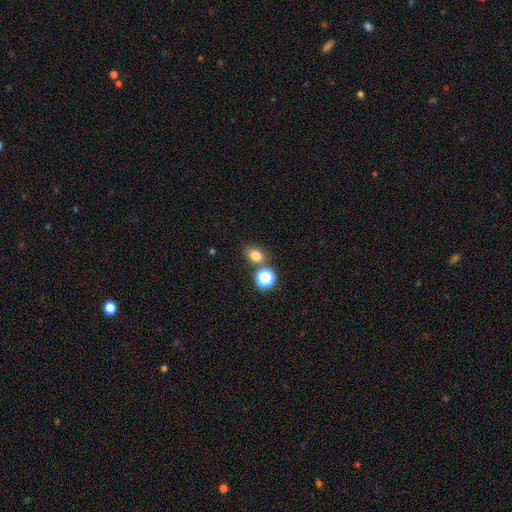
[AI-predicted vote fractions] This is likely a smooth galaxy (78%). How rounded: possibly in between (55%). Merging: likely none (71%).